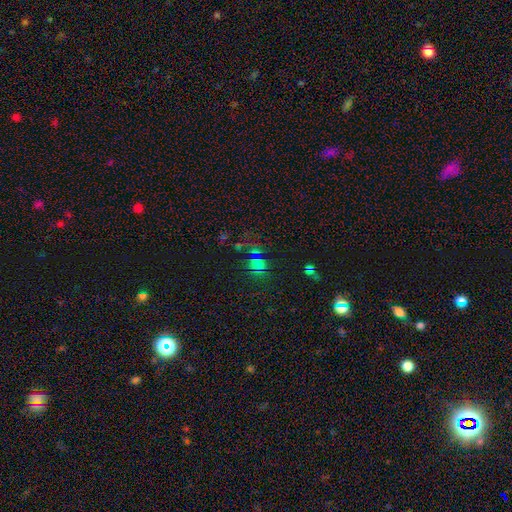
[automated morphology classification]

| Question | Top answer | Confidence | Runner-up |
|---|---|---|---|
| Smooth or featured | star or artifact | 48% | smooth (42%) |